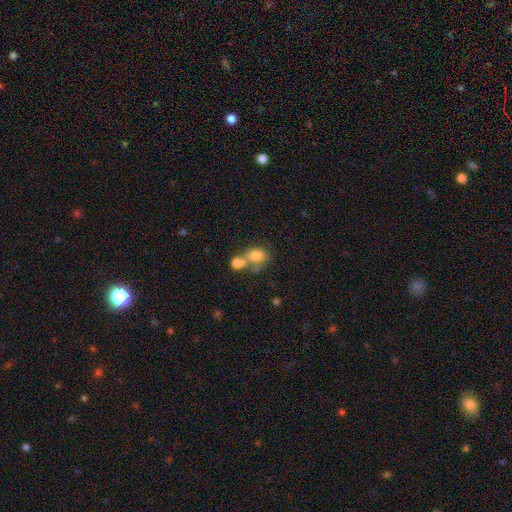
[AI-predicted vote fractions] A smooth galaxy with no disk features (76%) that is round (61%).

Vote fractions:
- Smooth or featured? smooth: 76% / featured or disk: 13% / star or artifact: 11%
- How rounded? round: 61% / in between: 38% / cigar-shaped: 1%
- Merging? merger: 52% / none: 32% / minor disturbance: 10% / major disturbance: 6%